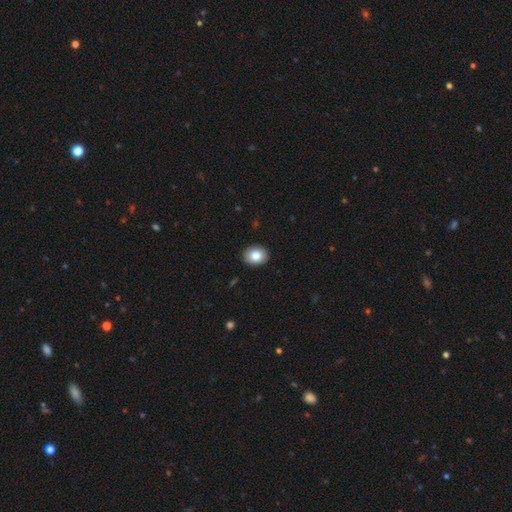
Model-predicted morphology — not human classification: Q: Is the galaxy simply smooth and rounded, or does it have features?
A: smooth — 84%.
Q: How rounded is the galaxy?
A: round — 51%.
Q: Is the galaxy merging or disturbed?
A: none — 91%.